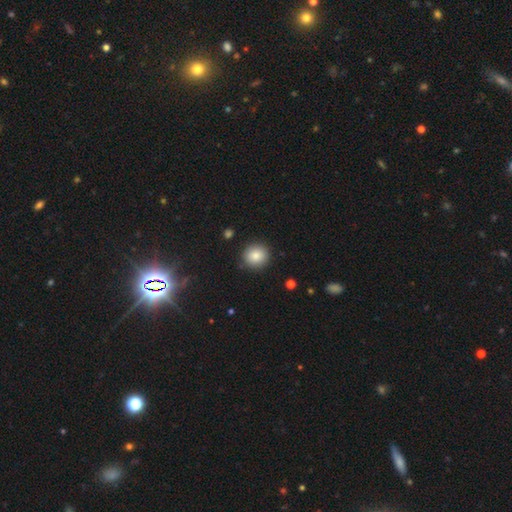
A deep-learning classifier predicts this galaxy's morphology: type=smooth (85%); roundness=round (89%); merging=none (89%).